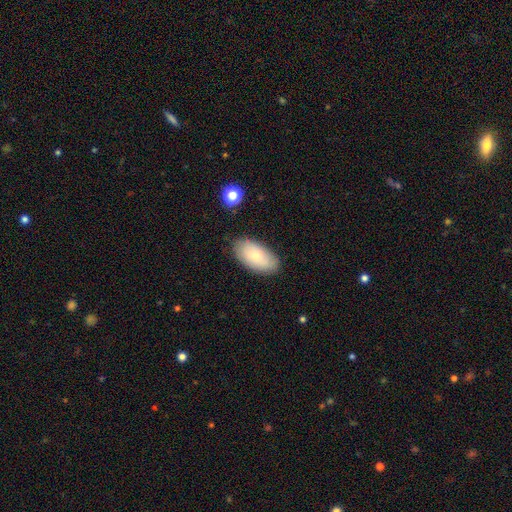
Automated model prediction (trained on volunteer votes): Q: Smooth or featured?
A: smooth (73%); runner-up: featured or disk (20%)
Q: How rounded?
A: in between (95%); runner-up: round (3%)
Q: Merging?
A: none (81%); runner-up: minor disturbance (14%)